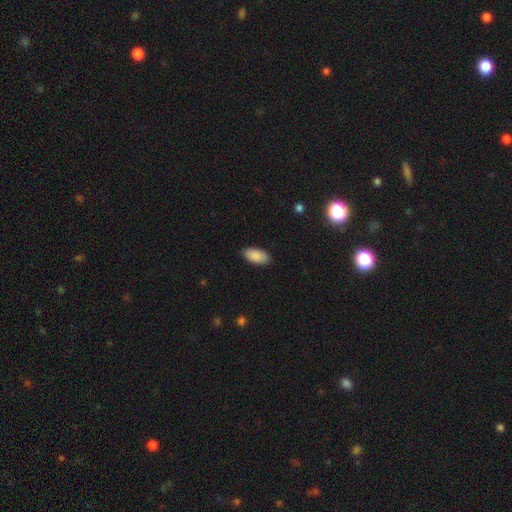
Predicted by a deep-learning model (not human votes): This appears to be a smooth galaxy with no disk features (89%) that is in between round and cigar-shaped (93%). Merging: none (88%).